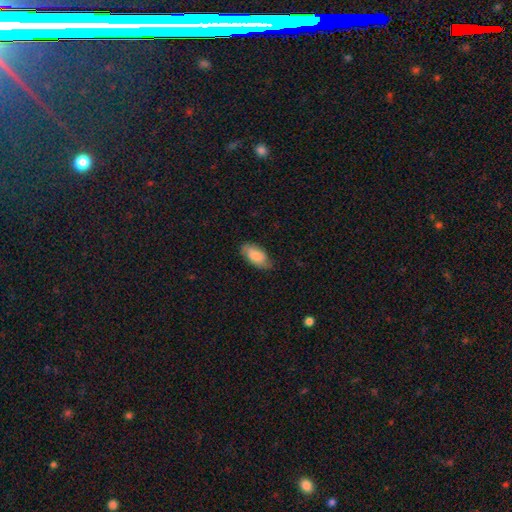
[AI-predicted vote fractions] Overall: smooth (83%). How rounded: in between (93%). Merging: none (71%).